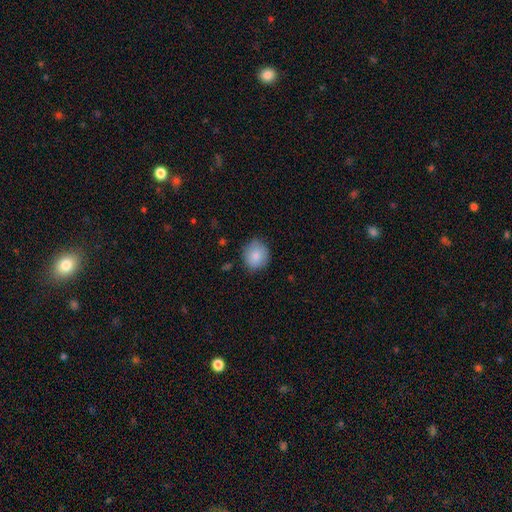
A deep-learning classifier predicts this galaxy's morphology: Q: Smooth or featured?
A: smooth (86%); runner-up: star or artifact (7%)
Q: How rounded?
A: round (78%); runner-up: in between (21%)
Q: Merging?
A: none (81%); runner-up: minor disturbance (14%)